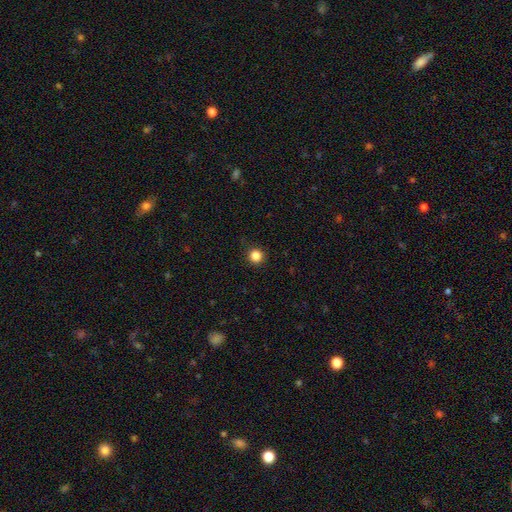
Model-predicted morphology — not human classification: Smooth or featured?
  - smooth: 85% *
  - star or artifact: 12%
  - featured or disk: 3%
How rounded?
  - round: 95% *
  - in between: 4%
  - cigar-shaped: 1%
Merging?
  - none: 91% *
  - minor disturbance: 6%
  - major disturbance: 2%
  - merger: 1%